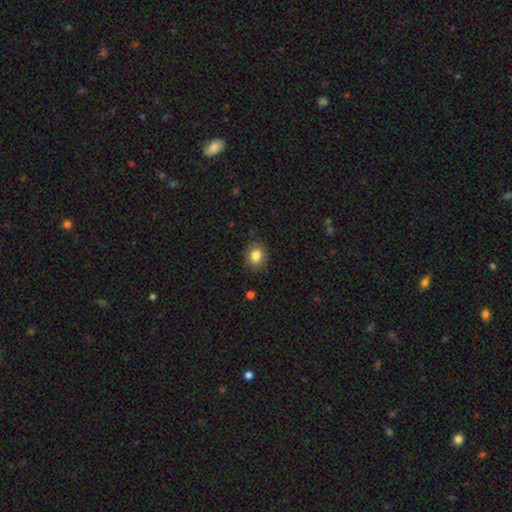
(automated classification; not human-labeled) The model was most divided on "how rounded": round: 59%, in between: 40%, cigar-shaped: 1%. More confident: merging — none (86%); smooth or featured — smooth (83%).